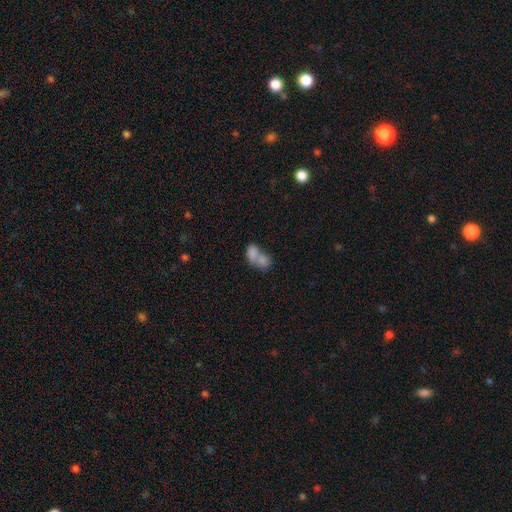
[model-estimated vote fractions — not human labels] This is likely a smooth galaxy (77%). How rounded: likely in between (77%). Merging: likely merger (72%).